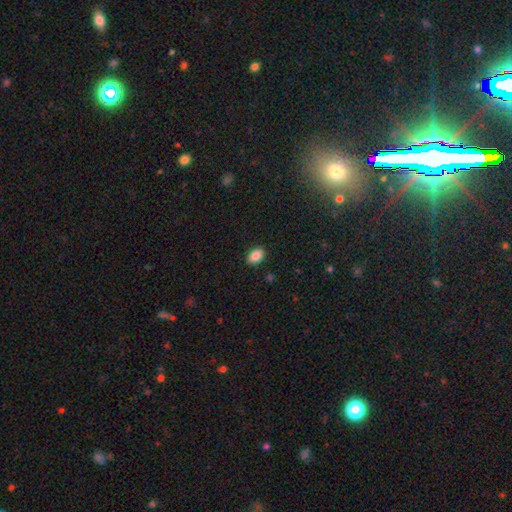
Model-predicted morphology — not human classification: This appears to be a smooth galaxy with no disk features (87%) that is in between round and cigar-shaped (83%). Merging: none (90%).